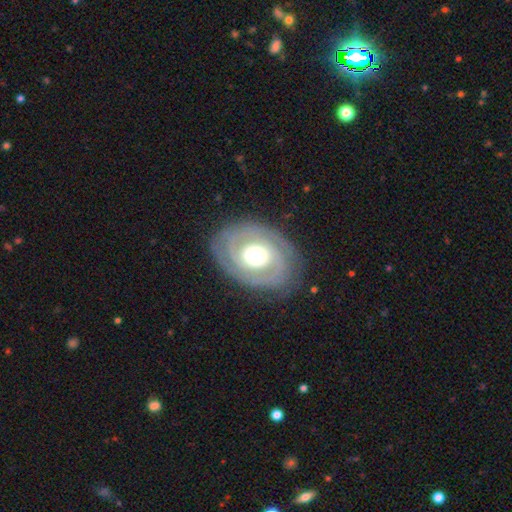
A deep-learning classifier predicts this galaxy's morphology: smooth_or_featured: featured or disk (p=0.82) [alt: smooth p=0.13]
disk_edge_on: no (p=0.96) [alt: yes p=0.04]
bar: no (p=0.71) [alt: weak p=0.21]
has_spiral_arms: yes (p=0.88) [alt: no p=0.12]
spiral_winding: tight (p=0.73) [alt: medium p=0.21]
spiral_arm_count: 2 (p=0.61) [alt: can't tell p=0.19]
bulge_size: moderate (p=0.60) [alt: large p=0.26]
merging: none (p=0.83) [alt: minor disturbance p=0.12]